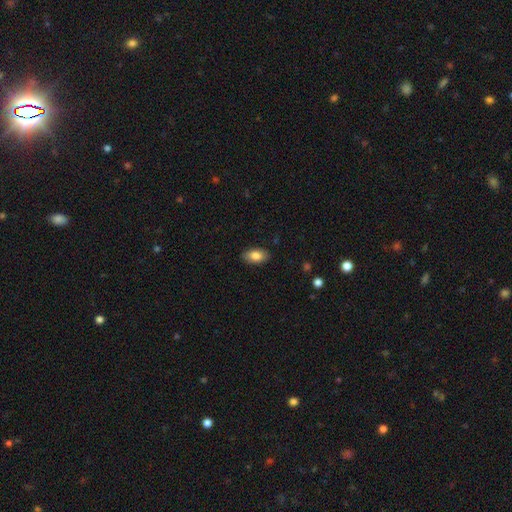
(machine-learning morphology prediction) The model was most divided on "smooth or featured": smooth: 83%, featured or disk: 10%, star or artifact: 7%. More confident: how rounded — in between (93%); merging — none (87%).